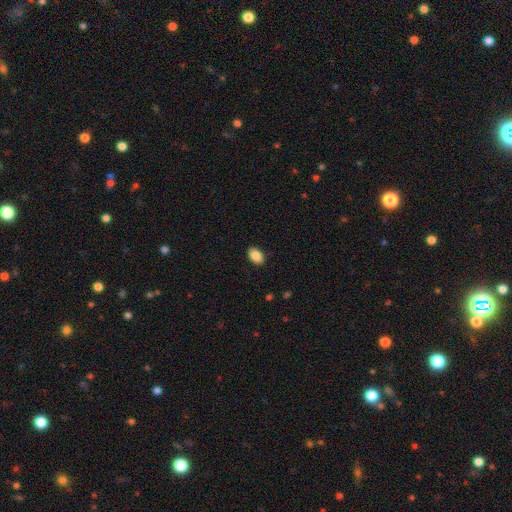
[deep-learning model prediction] This is clearly a smooth galaxy (88%). How rounded: clearly in between (90%). Merging: clearly none (88%).